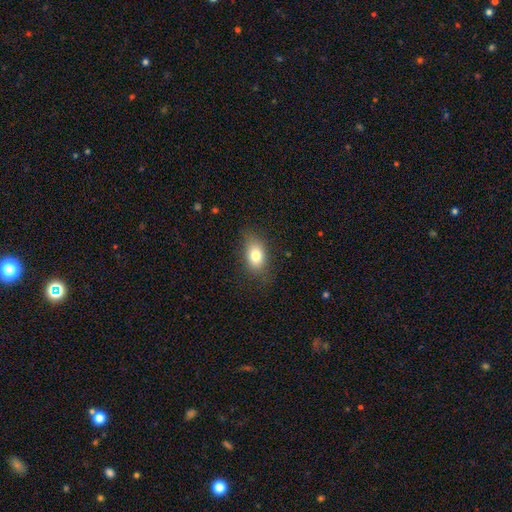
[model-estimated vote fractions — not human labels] Smooth or featured? smooth (79%)
How rounded? in between (83%)
Merging? none (79%)